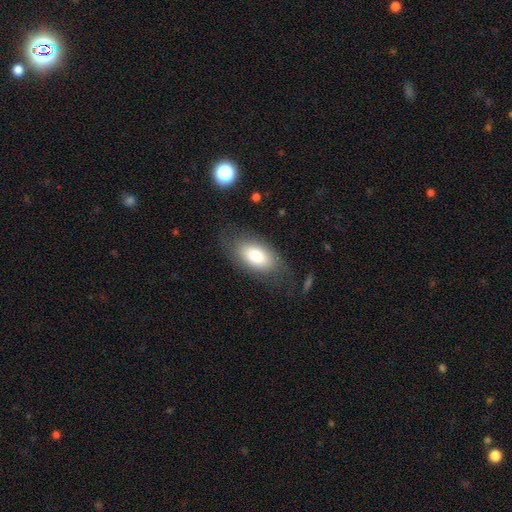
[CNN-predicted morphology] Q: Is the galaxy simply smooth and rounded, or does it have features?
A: smooth — 74%.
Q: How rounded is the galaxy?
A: in between — 92%.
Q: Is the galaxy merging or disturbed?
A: none — 69%.